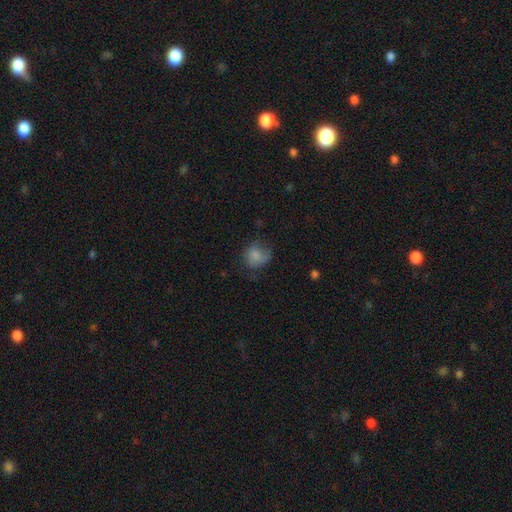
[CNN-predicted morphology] This appears to be a smooth galaxy with no disk features (78%) that is round (67%). Merging: none (51%).